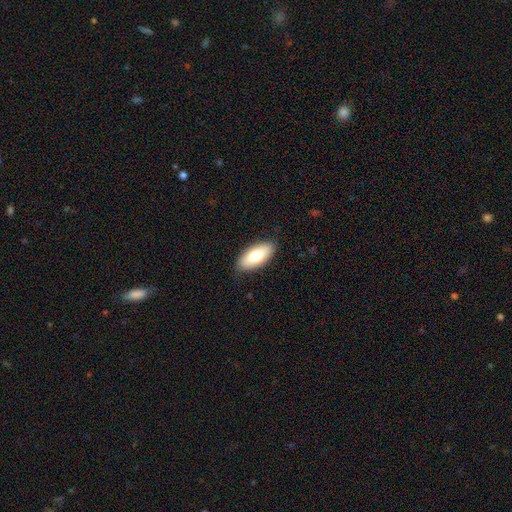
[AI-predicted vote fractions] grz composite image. It shows a smooth galaxy with no disk features (77%) that is in between round and cigar-shaped (87%). Merging: none (87%).